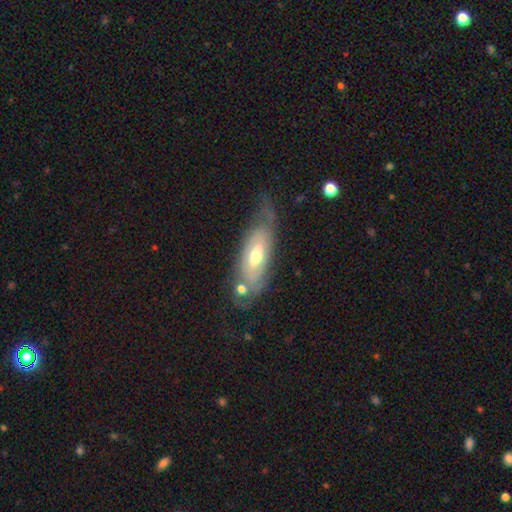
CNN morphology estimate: featured or disk 66%, smooth 28%, star or artifact 6%. Down the decision tree: edge-on disk — no (79%); bar — no (64%); spiral arms — yes (64%); bulge size — moderate (71%); merging — none (51%).